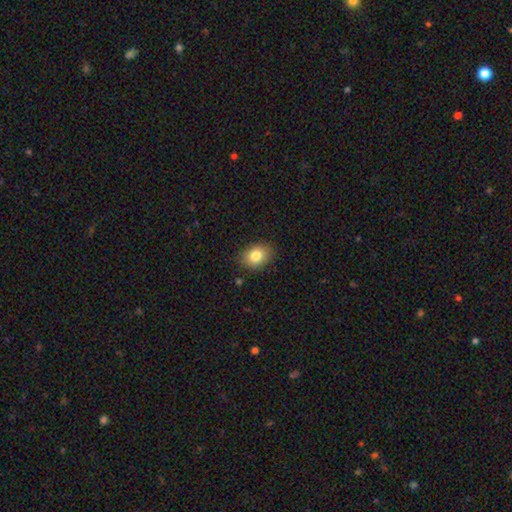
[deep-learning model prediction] Smooth or featured?
  - smooth: 82% *
  - featured or disk: 9%
  - star or artifact: 9%
How rounded?
  - in between: 72% *
  - round: 27%
  - cigar-shaped: 1%
Merging?
  - none: 86% *
  - minor disturbance: 11%
  - major disturbance: 2%
  - merger: 1%